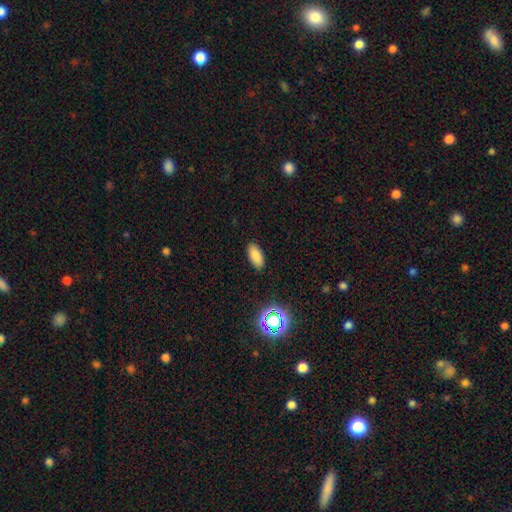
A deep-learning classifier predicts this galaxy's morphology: Overall: smooth (83%). How rounded: in between (89%). Merging: none (89%).